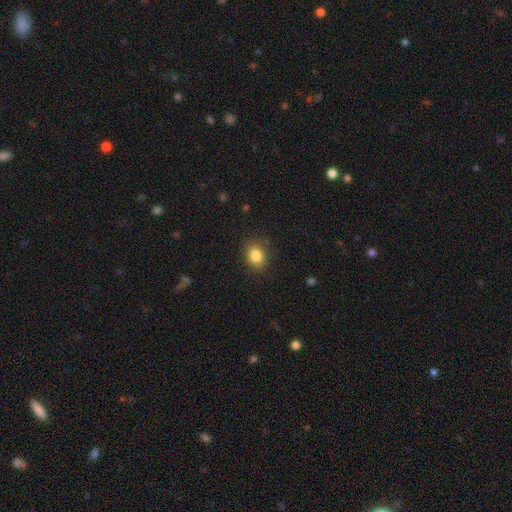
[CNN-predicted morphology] type=smooth (84%); roundness=round (51%); merging=none (87%).